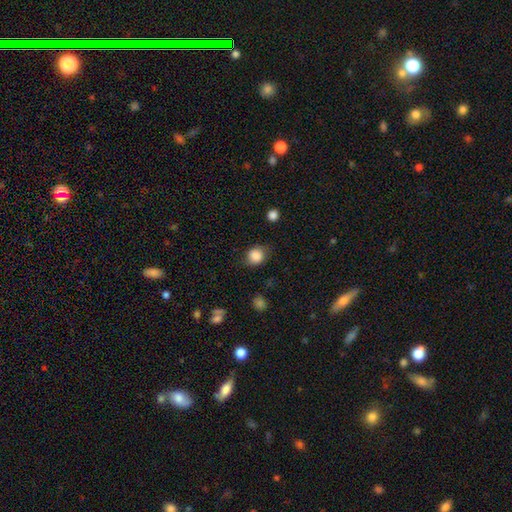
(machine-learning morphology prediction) Smooth or featured? smooth (86%)
How rounded? round (71%)
Merging? none (74%)